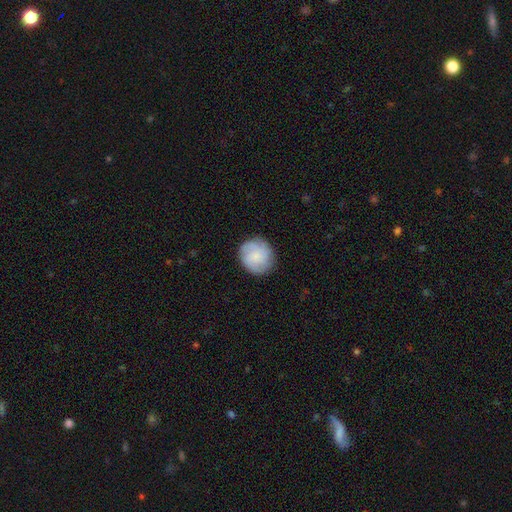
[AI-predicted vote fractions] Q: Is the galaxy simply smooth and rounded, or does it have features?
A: smooth — 56%.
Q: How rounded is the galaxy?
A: round — 86%.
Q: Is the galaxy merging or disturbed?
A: none — 84%.